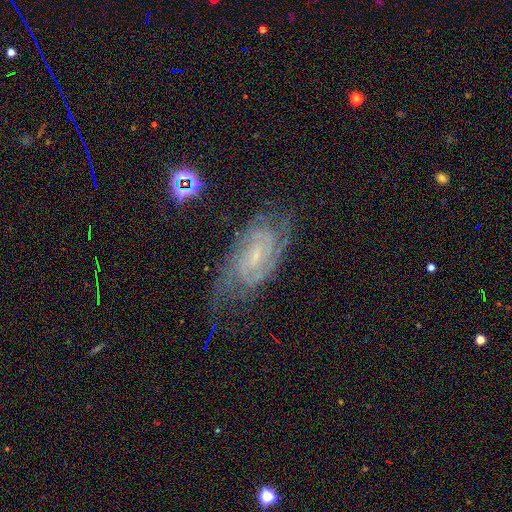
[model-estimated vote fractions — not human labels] A featured or disk galaxy (83%) with a weak bar (49%), 2 (50%) tight (61%) spiral arms (97%) and a small central bulge (71%). Merging: none (63%).